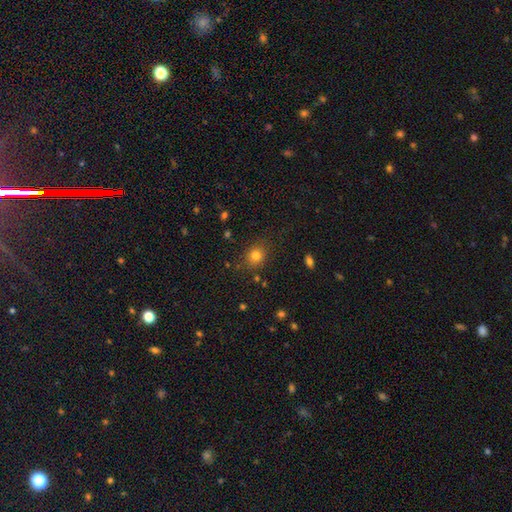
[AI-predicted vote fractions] This appears to be a smooth galaxy with no disk features (79%) that is round (72%). Merging: none (83%).